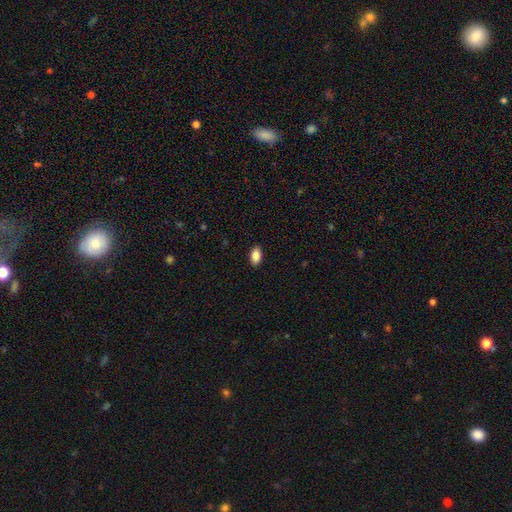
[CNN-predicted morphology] Smooth or featured: smooth — 87% (star or artifact — 8%)
How rounded: in between — 92% (round — 5%)
Merging: none — 90% (minor disturbance — 8%)